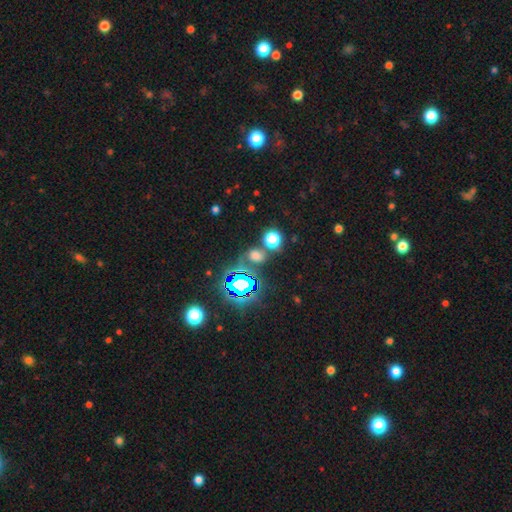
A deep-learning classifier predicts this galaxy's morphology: type=smooth (49%); merging=none (66%).